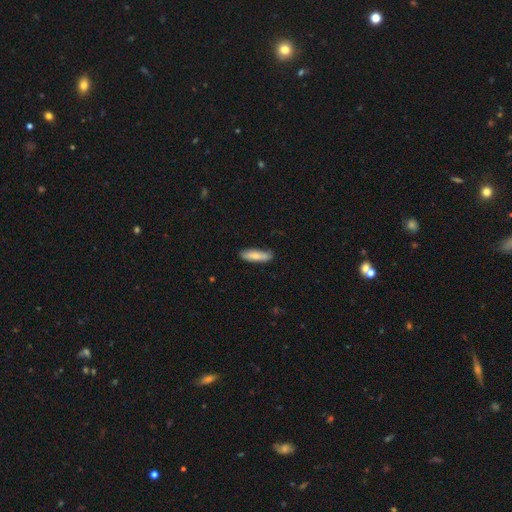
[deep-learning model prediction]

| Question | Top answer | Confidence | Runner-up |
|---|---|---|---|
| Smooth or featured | smooth | 76% | featured or disk (18%) |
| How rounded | cigar-shaped | 51% | in between (47%) |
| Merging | none | 75% | minor disturbance (20%) |